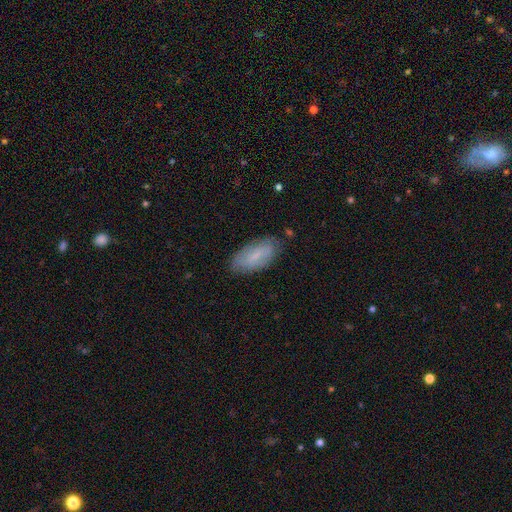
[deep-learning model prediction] smooth-or-featured: smooth: 65% | featured or disk: 28% | star or artifact: 7%
  how-rounded: in between: 86% | cigar-shaped: 12% | round: 2%
  merging: none: 77% | minor disturbance: 18% | major disturbance: 4% | merger: 2%